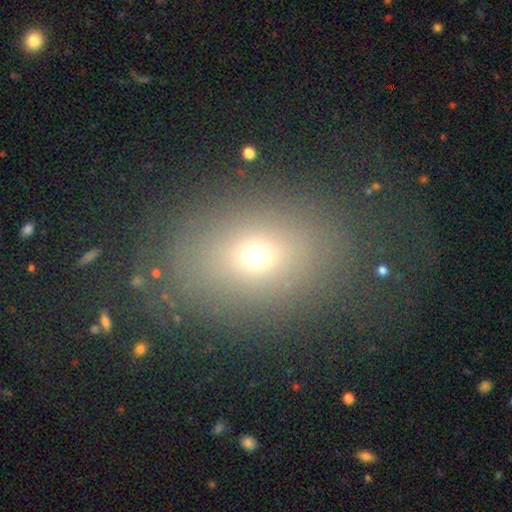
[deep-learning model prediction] Overall: smooth (64%). How rounded: in between (58%; round 40%). Merging: none (73%).